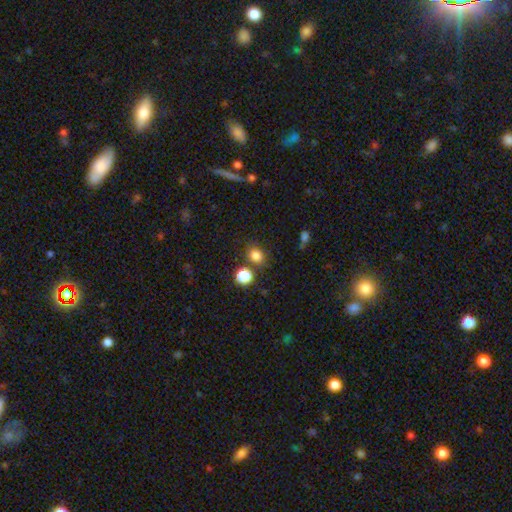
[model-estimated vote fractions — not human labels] Overall: smooth (81%). How rounded: round (65%; in between 34%). Merging: none (75%).